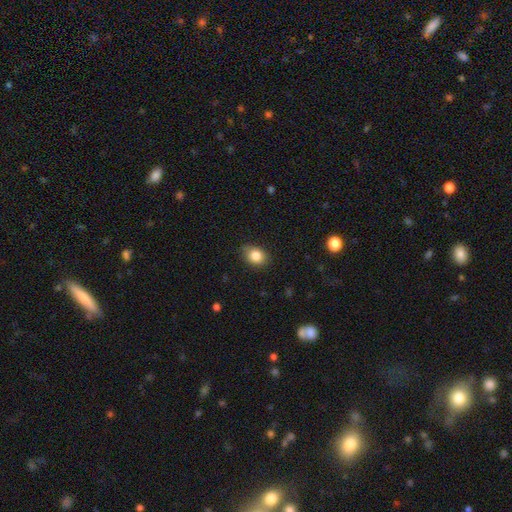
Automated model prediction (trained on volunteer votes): Smooth or featured?
  - smooth: 84% *
  - star or artifact: 9%
  - featured or disk: 7%
How rounded?
  - in between: 59% *
  - round: 39%
  - cigar-shaped: 1%
Merging?
  - none: 79% *
  - minor disturbance: 17%
  - major disturbance: 3%
  - merger: 1%